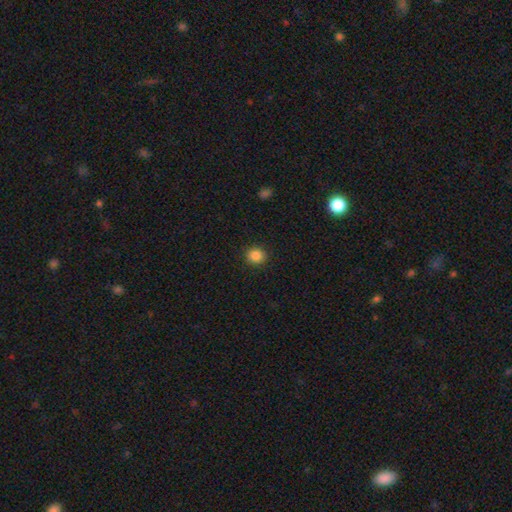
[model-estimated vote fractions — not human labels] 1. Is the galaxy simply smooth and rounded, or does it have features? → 86% smooth, 10% star or artifact, 4% featured or disk.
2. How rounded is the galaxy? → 85% round, 14% in between, 1% cigar-shaped.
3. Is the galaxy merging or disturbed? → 92% none, 5% minor disturbance, 2% major disturbance, 1% merger.